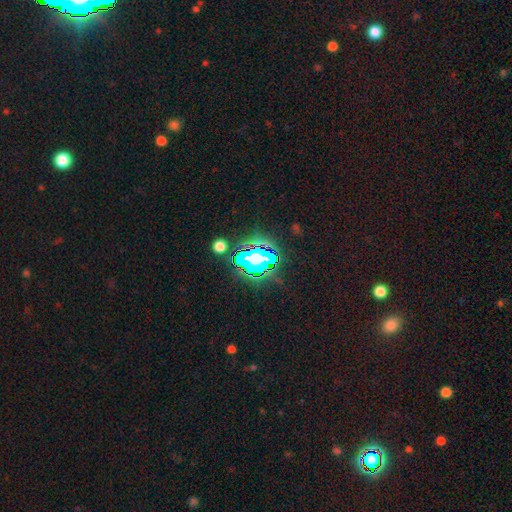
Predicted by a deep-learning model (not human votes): Smooth or featured? Predicted: star or artifact (p=0.79).